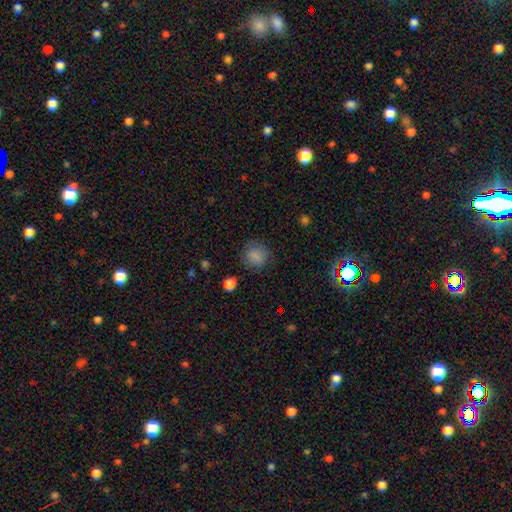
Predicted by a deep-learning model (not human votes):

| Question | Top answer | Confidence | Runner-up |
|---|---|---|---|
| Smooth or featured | smooth | 84% | star or artifact (11%) |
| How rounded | round | 86% | in between (13%) |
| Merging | none | 82% | minor disturbance (12%) |